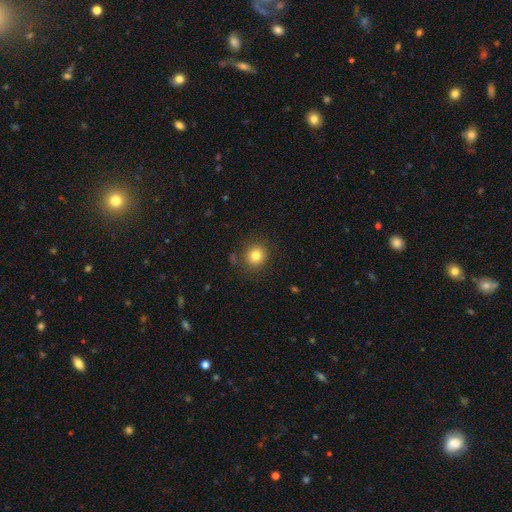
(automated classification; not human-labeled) Q: Smooth or featured?
A: smooth (81%); runner-up: star or artifact (12%)
Q: How rounded?
A: round (85%); runner-up: in between (14%)
Q: Merging?
A: none (87%); runner-up: minor disturbance (8%)